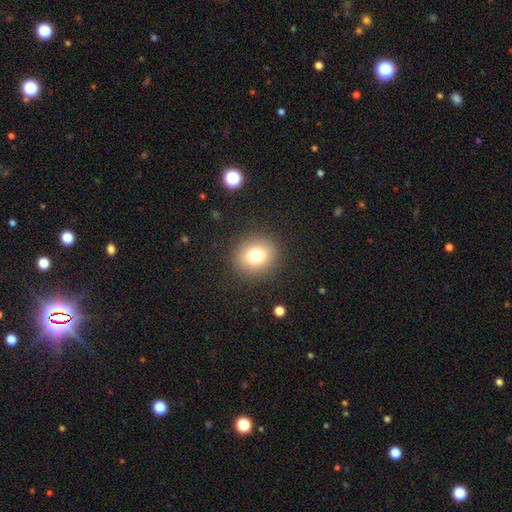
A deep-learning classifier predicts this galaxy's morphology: Smooth or featured?
  - smooth: 77% *
  - star or artifact: 13%
  - featured or disk: 11%
How rounded?
  - round: 80% *
  - in between: 19%
  - cigar-shaped: 1%
Merging?
  - none: 88% *
  - minor disturbance: 7%
  - major disturbance: 3%
  - merger: 1%